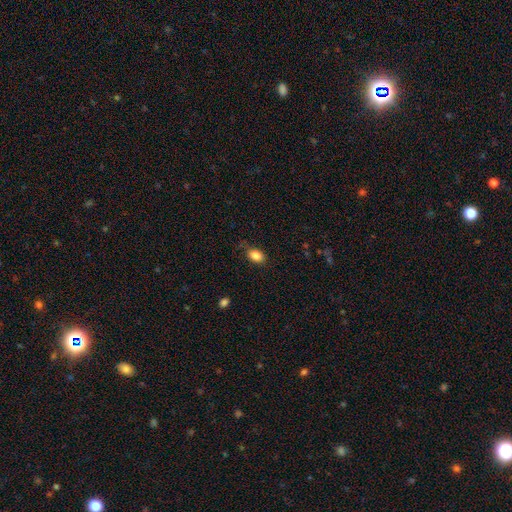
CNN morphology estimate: This appears to be a smooth galaxy with no disk features (86%) that is in between round and cigar-shaped (87%). Merging: none (77%).